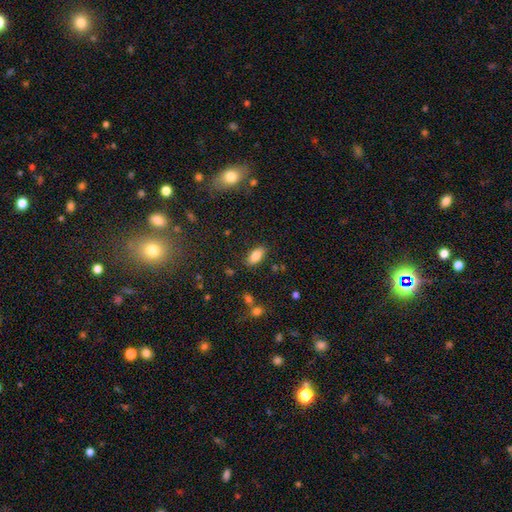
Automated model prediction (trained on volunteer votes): Smooth or featured? Predicted: smooth (p=0.84). How rounded? Predicted: in between (p=0.91). Merging? Predicted: none (p=0.84).